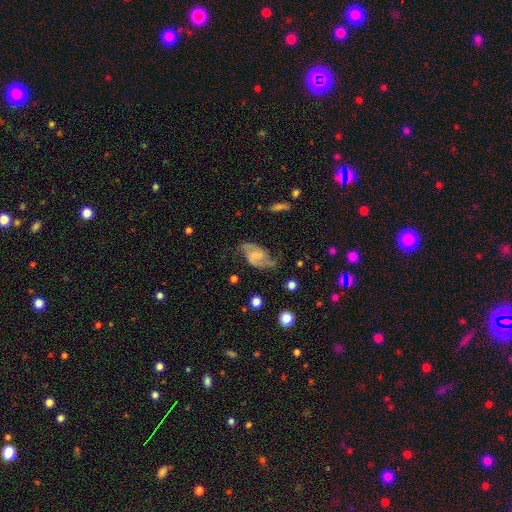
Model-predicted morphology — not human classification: type=featured or disk (83%); edge-on=no (97%); bar=weak (49%); spiral arms=yes (96%); winding=medium (49%); arm count=2 (91%); bulge=none (50%); merging=none (68%).